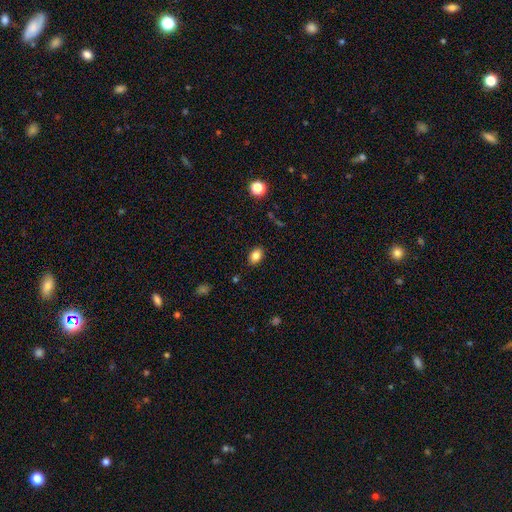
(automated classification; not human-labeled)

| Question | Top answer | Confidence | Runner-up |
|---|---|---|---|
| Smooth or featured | smooth | 84% | star or artifact (10%) |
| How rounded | in between | 82% | round (17%) |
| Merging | none | 87% | minor disturbance (9%) |